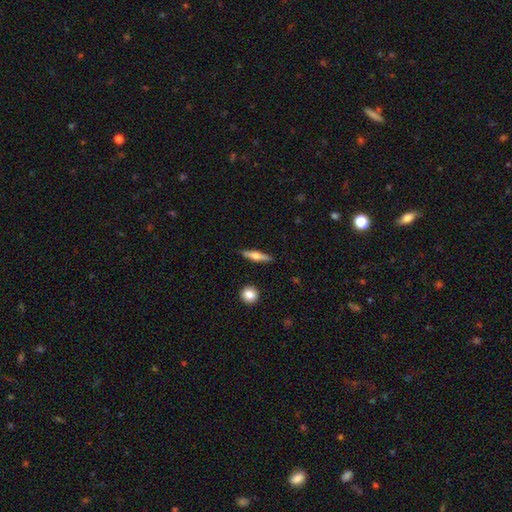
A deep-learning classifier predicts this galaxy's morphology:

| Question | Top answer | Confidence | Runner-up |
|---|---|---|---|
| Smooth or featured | smooth | 48% | featured or disk (46%) |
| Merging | none | 89% | minor disturbance (8%) |